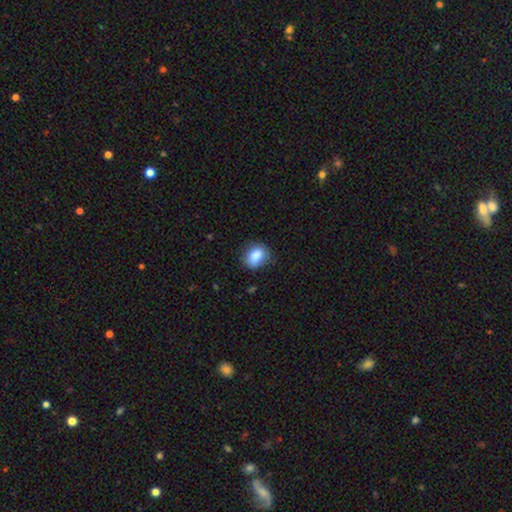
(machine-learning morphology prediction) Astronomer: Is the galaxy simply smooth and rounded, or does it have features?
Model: smooth — 86%.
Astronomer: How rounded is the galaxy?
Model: in between — 63%.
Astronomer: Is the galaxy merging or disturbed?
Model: none — 73%.